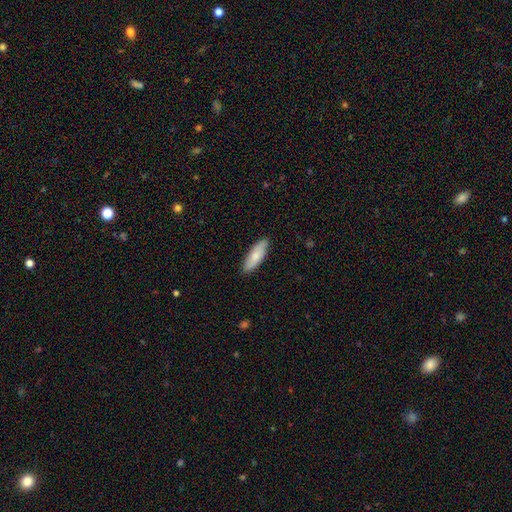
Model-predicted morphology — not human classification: smooth 77%, featured or disk 18%, star or artifact 5%. Down the decision tree: how rounded — in between (64%); merging — none (85%).